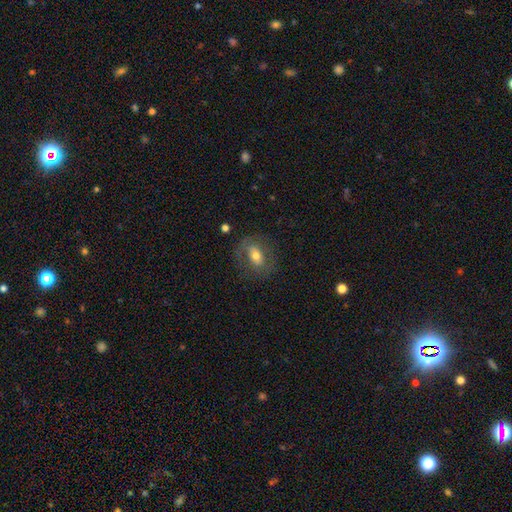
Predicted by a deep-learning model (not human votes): A smooth galaxy with no disk features (51%) that is in between round and cigar-shaped (70%). Merging: none (73%).